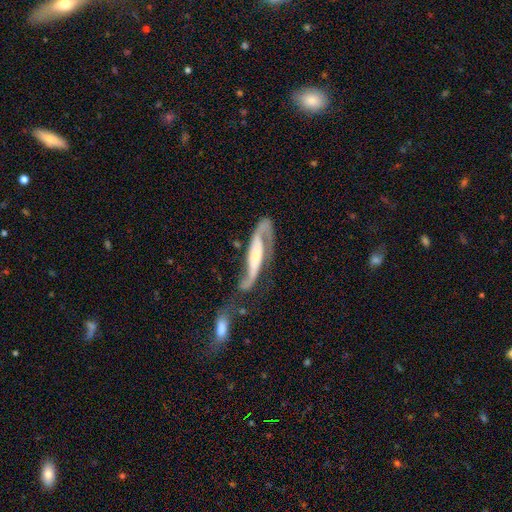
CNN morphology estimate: Overall: featured or disk (83%). Edge-on disk: no (82%). Bar: no (35%, tied with strong). Spiral arms: yes (94%). Spiral arm count: 2 (79%). Spiral winding: loose (47%; medium 37%). Bulge size: small (36%; moderate 31%). Merging: none (35%; major disturbance 24%).